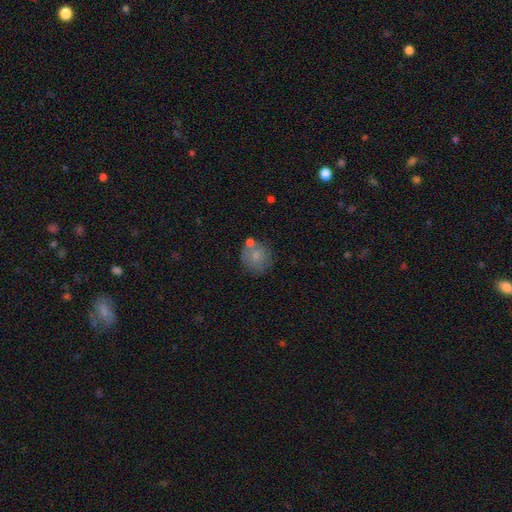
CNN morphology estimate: Smooth or featured: smooth — 75% (featured or disk — 16%)
How rounded: round — 87% (in between — 12%)
Merging: none — 62% (minor disturbance — 17%)